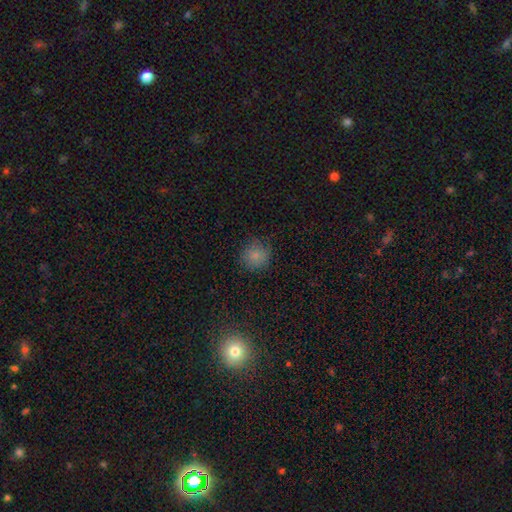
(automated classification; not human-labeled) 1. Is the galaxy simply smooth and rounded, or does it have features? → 78% smooth, 15% star or artifact, 7% featured or disk.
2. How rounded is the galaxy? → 89% round, 10% in between, 1% cigar-shaped.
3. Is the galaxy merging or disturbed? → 79% none, 15% minor disturbance, 4% major disturbance, 1% merger.